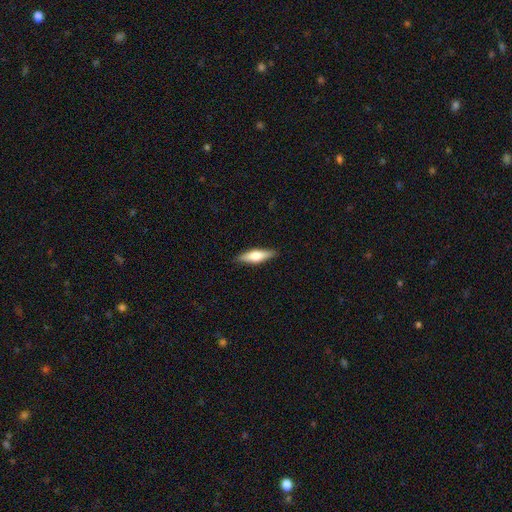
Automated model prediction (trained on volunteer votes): A smooth galaxy with no disk features (58%) that is cigar-shaped (61%).

Vote fractions:
- Smooth or featured? smooth: 58% / featured or disk: 36% / star or artifact: 6%
- How rounded? cigar-shaped: 61% / in between: 37% / round: 2%
- Merging? none: 89% / minor disturbance: 8% / major disturbance: 2% / merger: 1%